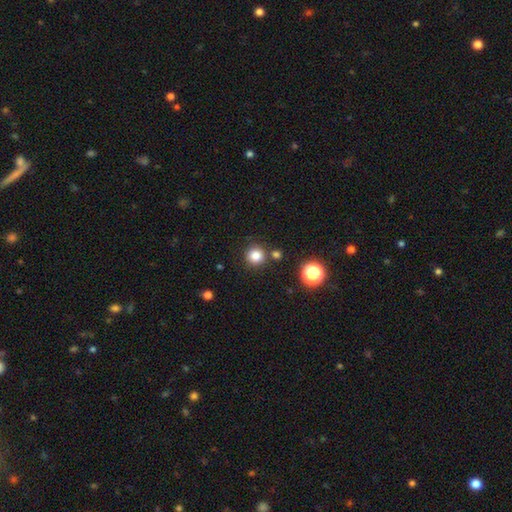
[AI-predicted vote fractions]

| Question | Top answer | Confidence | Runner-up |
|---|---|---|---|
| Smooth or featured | smooth | 82% | star or artifact (13%) |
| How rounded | round | 94% | in between (5%) |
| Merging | none | 84% | merger (7%) |